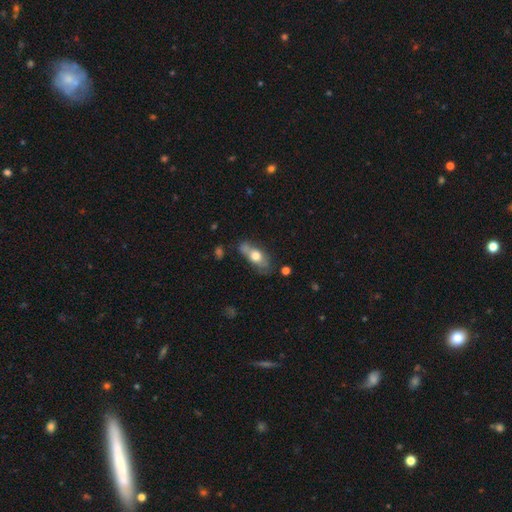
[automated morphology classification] A smooth galaxy with no disk features (60%) that is in between round and cigar-shaped (74%).

Vote fractions:
- Smooth or featured? smooth: 60% / featured or disk: 33% / star or artifact: 7%
- How rounded? in between: 74% / cigar-shaped: 19% / round: 6%
- Merging? none: 50% / minor disturbance: 30% / major disturbance: 13% / merger: 7%